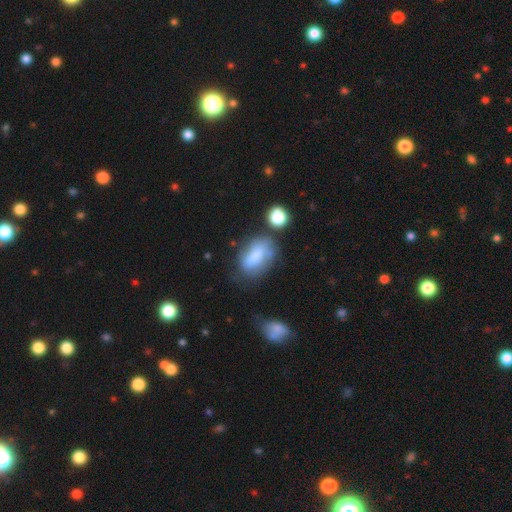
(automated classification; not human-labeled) Q: Smooth or featured?
A: smooth (70%); runner-up: featured or disk (21%)
Q: How rounded?
A: in between (86%); runner-up: round (9%)
Q: Merging?
A: none (48%); runner-up: minor disturbance (27%)